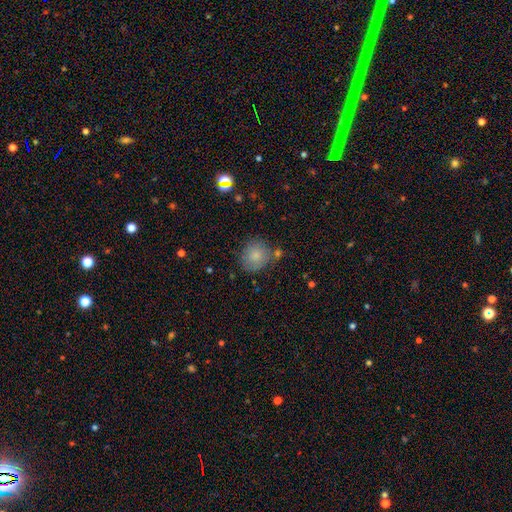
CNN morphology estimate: smooth 80%, featured or disk 10%, star or artifact 9%. Down the decision tree: how rounded — round (79%); merging — none (64%).